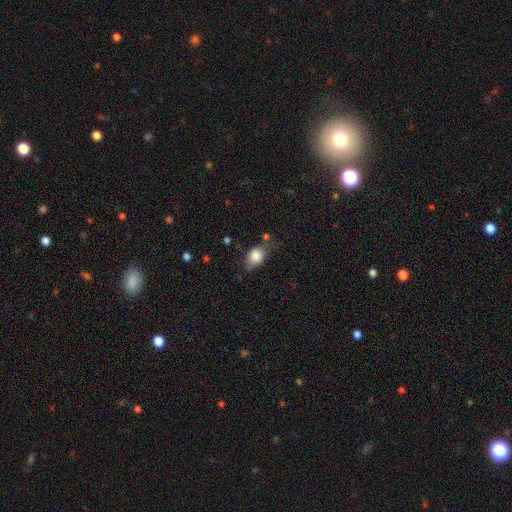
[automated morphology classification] smooth_or_featured: smooth (p=0.81) [alt: featured or disk p=0.10]
how_rounded: in between (p=0.64) [alt: round p=0.35]
merging: none (p=0.55) [alt: minor disturbance p=0.29]